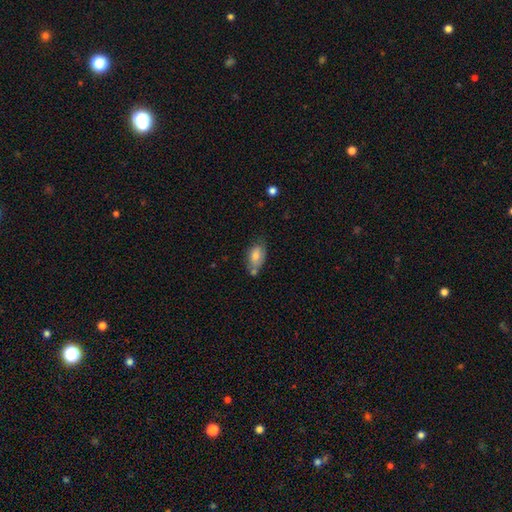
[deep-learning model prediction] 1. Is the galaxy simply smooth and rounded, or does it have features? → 75% smooth, 17% featured or disk, 7% star or artifact.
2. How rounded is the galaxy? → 91% in between, 5% round, 4% cigar-shaped.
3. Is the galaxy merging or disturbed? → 52% none, 25% minor disturbance, 16% merger, 6% major disturbance.